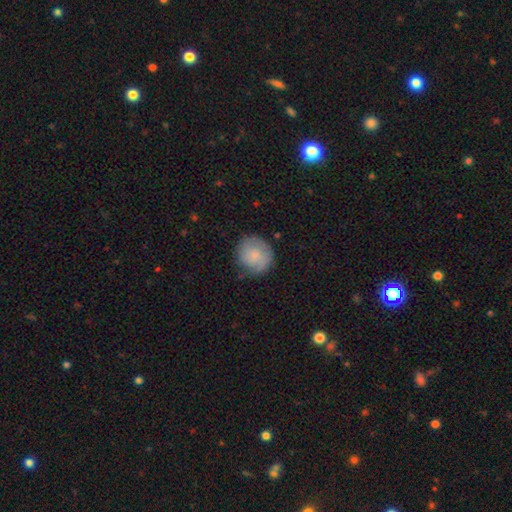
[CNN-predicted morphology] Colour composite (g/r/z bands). It shows a smooth galaxy with no disk features (62%) that is round (88%). Merging: none (71%).